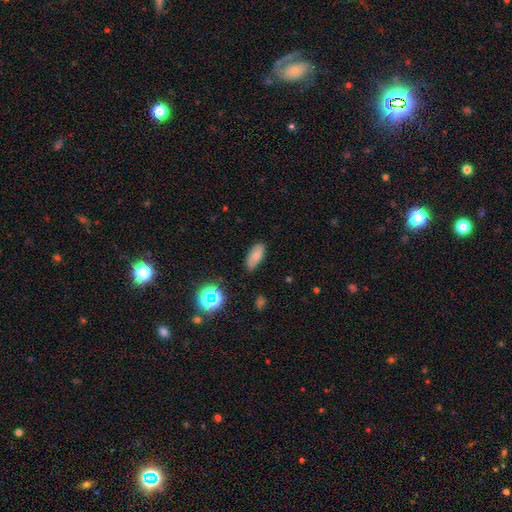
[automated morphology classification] This appears to be a smooth galaxy with no disk features (73%) that is in between round and cigar-shaped (86%). Merging: none (80%).